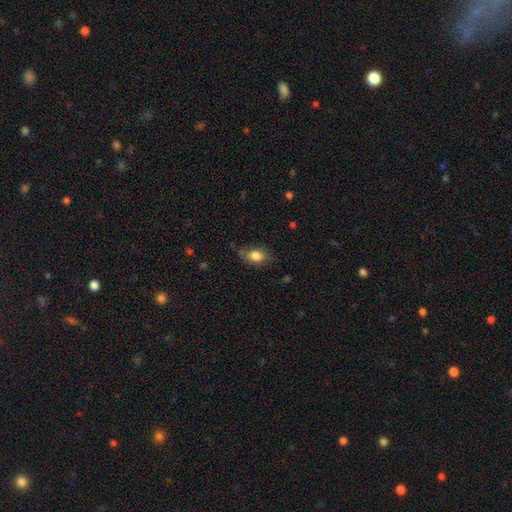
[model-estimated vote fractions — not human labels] Smooth or featured? Predicted: smooth (p=0.80). How rounded? Predicted: in between (p=0.86). Merging? Predicted: none (p=0.72).